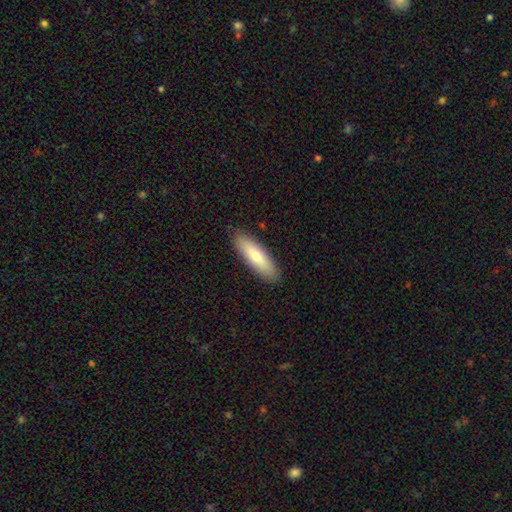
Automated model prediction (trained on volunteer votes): smooth 69%, featured or disk 25%, star or artifact 6%. Down the decision tree: how rounded — cigar-shaped (55%); merging — none (89%).